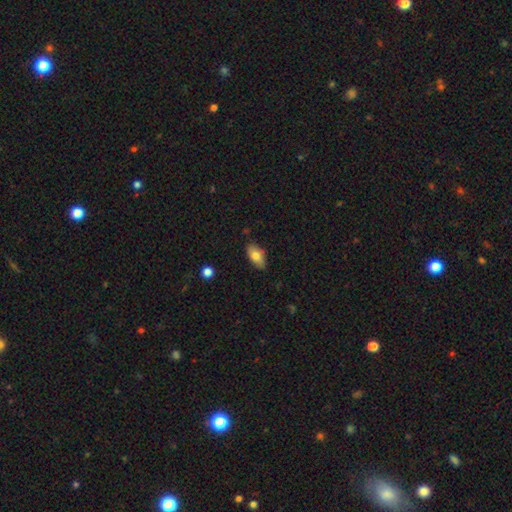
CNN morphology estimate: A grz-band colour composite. It shows a smooth galaxy with no disk features (78%) that is in between round and cigar-shaped (91%). Merging: none (82%).